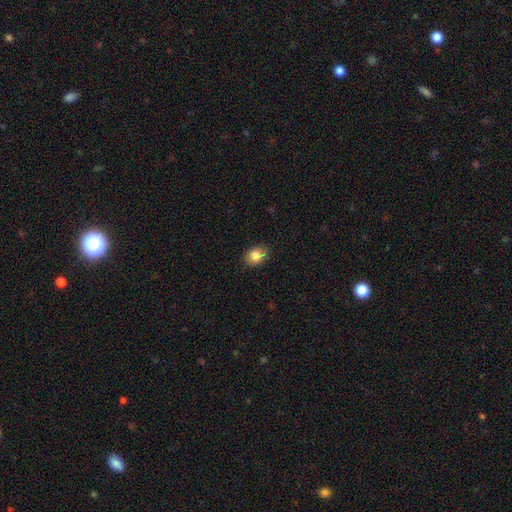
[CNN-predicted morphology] smooth-or-featured: smooth: 83% | star or artifact: 9% | featured or disk: 8%
  how-rounded: in between: 63% | round: 36% | cigar-shaped: 1%
  merging: none: 81% | minor disturbance: 15% | major disturbance: 3% | merger: 1%